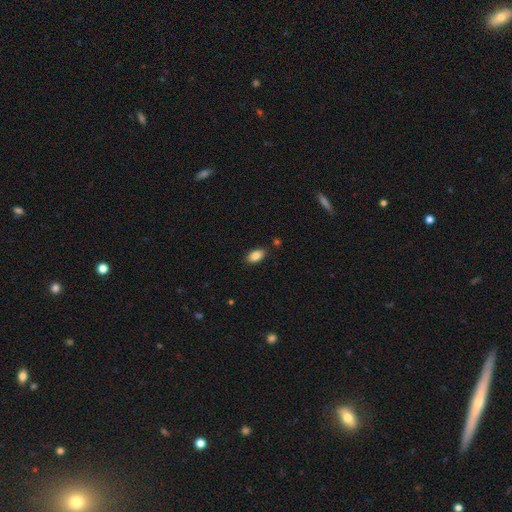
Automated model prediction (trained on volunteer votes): smooth 85%, star or artifact 8%, featured or disk 7%. Down the decision tree: how rounded — in between (92%); merging — none (86%).